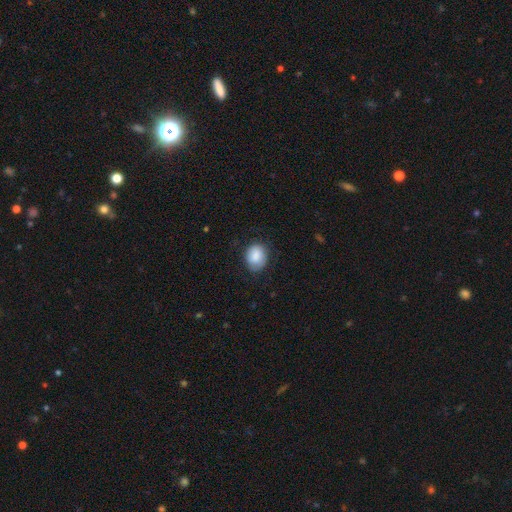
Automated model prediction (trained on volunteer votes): A smooth galaxy with no disk features (87%) that is round (50%).

Vote fractions:
- Smooth or featured? smooth: 87% / star or artifact: 7% / featured or disk: 7%
- How rounded? round: 50% / in between: 49% / cigar-shaped: 1%
- Merging? none: 75% / minor disturbance: 19% / major disturbance: 5% / merger: 1%